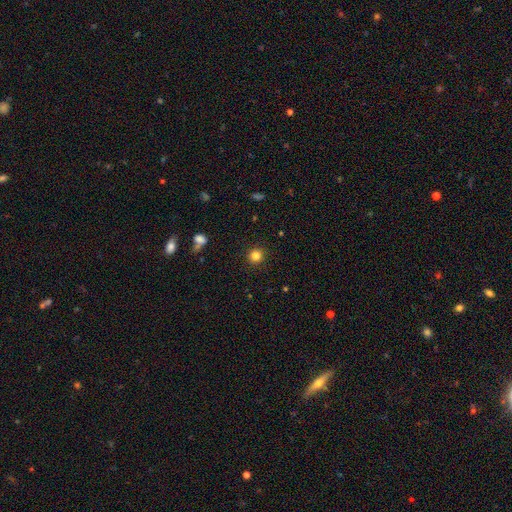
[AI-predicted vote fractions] smooth 83%, star or artifact 12%, featured or disk 5%. Down the decision tree: how rounded — round (94%); merging — none (91%).